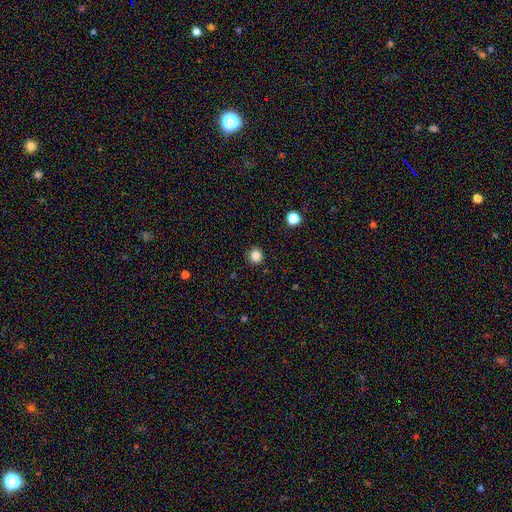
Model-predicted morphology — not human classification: A smooth galaxy with no disk features (86%) that is round (90%).

Vote fractions:
- Smooth or featured? smooth: 86% / star or artifact: 11% / featured or disk: 3%
- How rounded? round: 90% / in between: 9% / cigar-shaped: 1%
- Merging? none: 90% / minor disturbance: 7% / major disturbance: 2% / merger: 1%